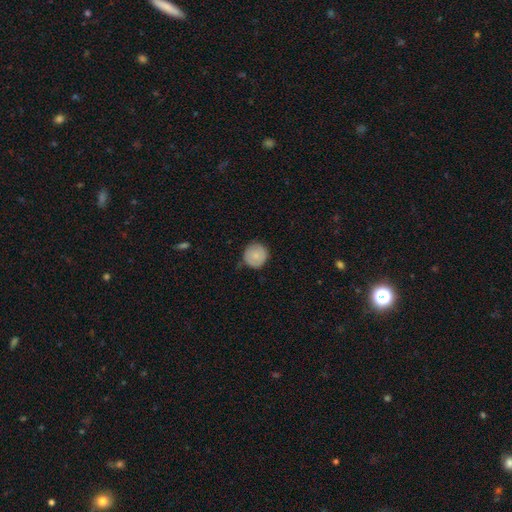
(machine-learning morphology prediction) A smooth galaxy with no disk features (81%) that is round (93%).

Vote fractions:
- Smooth or featured? smooth: 81% / featured or disk: 12% / star or artifact: 7%
- How rounded? round: 93% / in between: 6% / cigar-shaped: 1%
- Merging? none: 79% / minor disturbance: 17% / major disturbance: 3% / merger: 1%